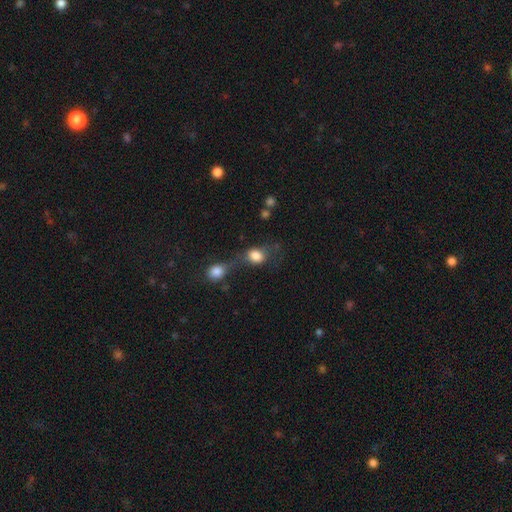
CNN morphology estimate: A smooth galaxy with no disk features (80%) that is round (50%). Merging: merger (44%).